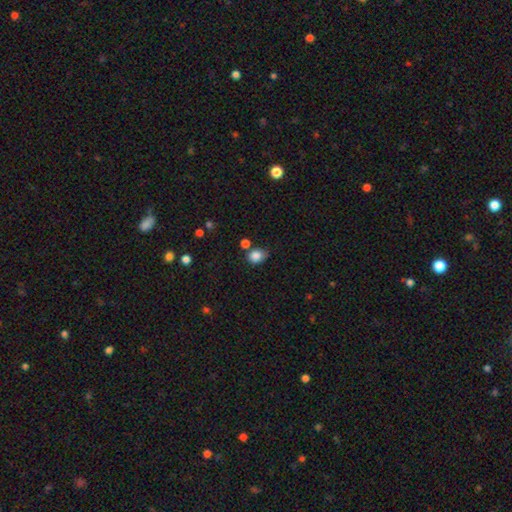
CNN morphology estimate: type=smooth (85%); roundness=round (55%); merging=none (61%).